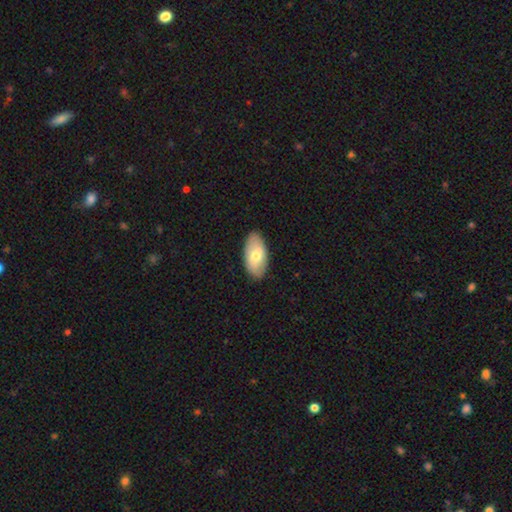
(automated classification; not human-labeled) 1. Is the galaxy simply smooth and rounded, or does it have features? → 67% smooth, 27% featured or disk, 5% star or artifact.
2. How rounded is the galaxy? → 94% in between, 3% cigar-shaped, 3% round.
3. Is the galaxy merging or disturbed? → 86% none, 11% minor disturbance, 2% major disturbance, 1% merger.